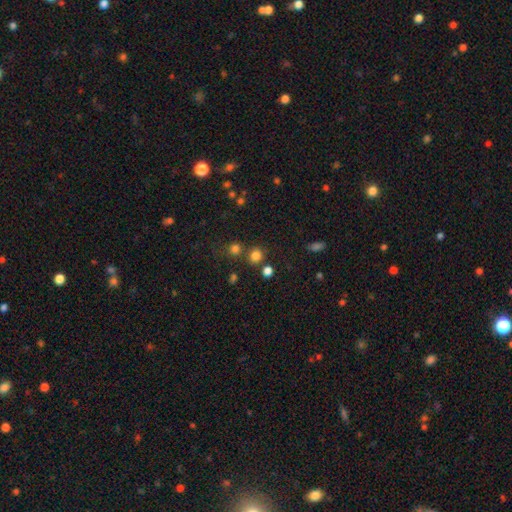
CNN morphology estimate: Smooth or featured?
  - smooth: 78% *
  - star or artifact: 17%
  - featured or disk: 5%
How rounded?
  - round: 88% *
  - in between: 11%
  - cigar-shaped: 1%
Merging?
  - none: 74% *
  - merger: 15%
  - minor disturbance: 8%
  - major disturbance: 4%